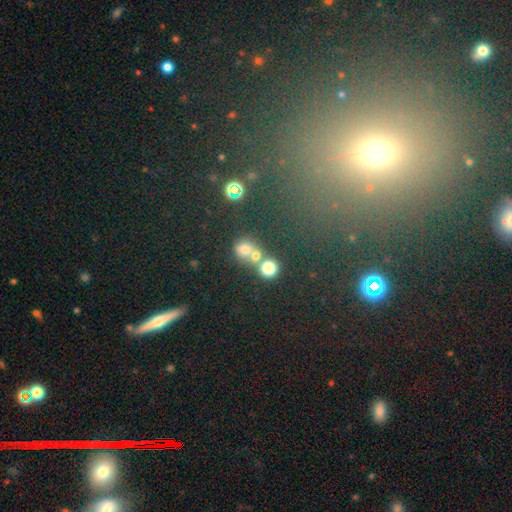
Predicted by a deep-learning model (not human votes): Q: Smooth or featured?
A: smooth (69%); runner-up: star or artifact (17%)
Q: How rounded?
A: round (80%); runner-up: in between (19%)
Q: Merging?
A: merger (53%); runner-up: none (36%)